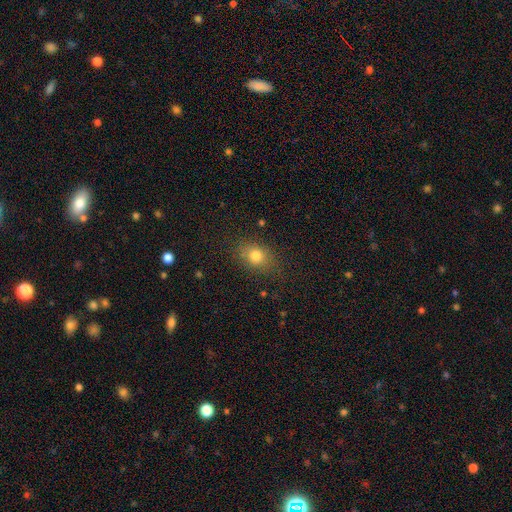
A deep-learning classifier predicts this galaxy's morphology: type=smooth (78%); roundness=in between (60%); merging=none (79%).